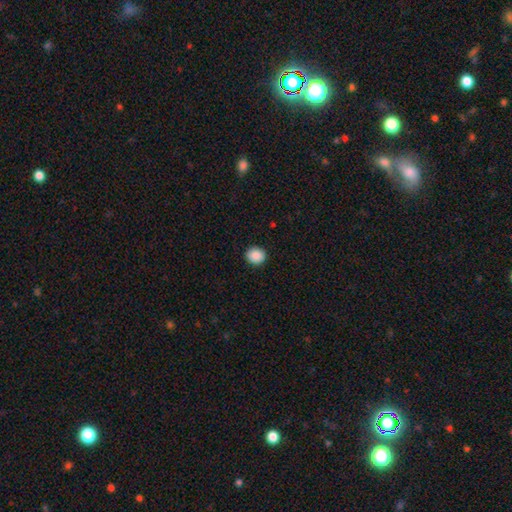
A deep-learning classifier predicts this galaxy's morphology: The model was most divided on "how rounded": round: 79%, in between: 20%, cigar-shaped: 1%. More confident: merging — none (91%); smooth or featured — smooth (89%).